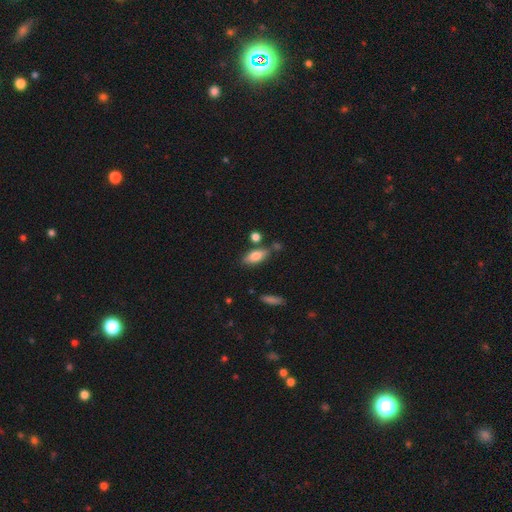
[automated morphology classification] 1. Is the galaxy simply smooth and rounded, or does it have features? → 76% smooth, 17% featured or disk, 7% star or artifact.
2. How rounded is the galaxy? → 75% in between, 22% cigar-shaped, 3% round.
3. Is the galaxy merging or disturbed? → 71% none, 16% minor disturbance, 10% merger, 4% major disturbance.